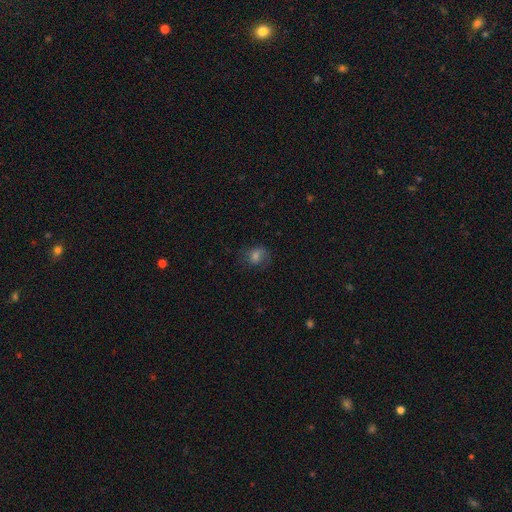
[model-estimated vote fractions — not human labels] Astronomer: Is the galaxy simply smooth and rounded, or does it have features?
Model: smooth — 65%.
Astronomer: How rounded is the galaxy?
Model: round — 55% (runner-up: in between, 44%).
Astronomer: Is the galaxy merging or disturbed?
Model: none — 66%.